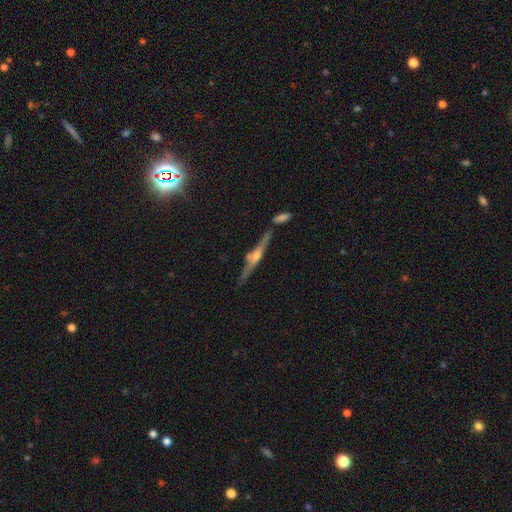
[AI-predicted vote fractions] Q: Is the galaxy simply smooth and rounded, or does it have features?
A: featured or disk — 72%.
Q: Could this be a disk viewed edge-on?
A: yes — 96%.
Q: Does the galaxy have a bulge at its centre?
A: rounded — 83%.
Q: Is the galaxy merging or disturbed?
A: none — 71%.